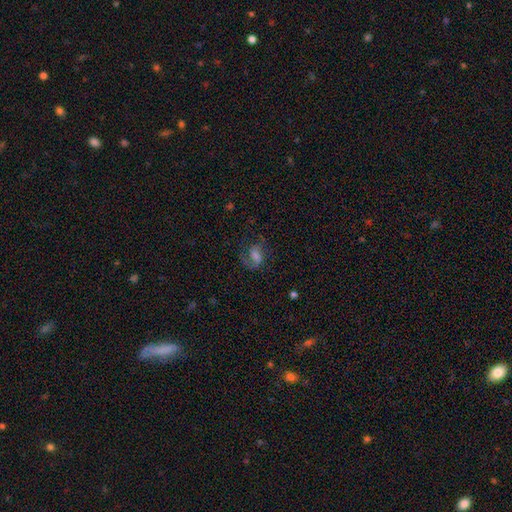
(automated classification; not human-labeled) A featured or disk galaxy (61%) with a weak bar (45%), 2 (62%) medium (48%) spiral arms (87%) and a moderate central bulge (37%). Merging: none (59%).